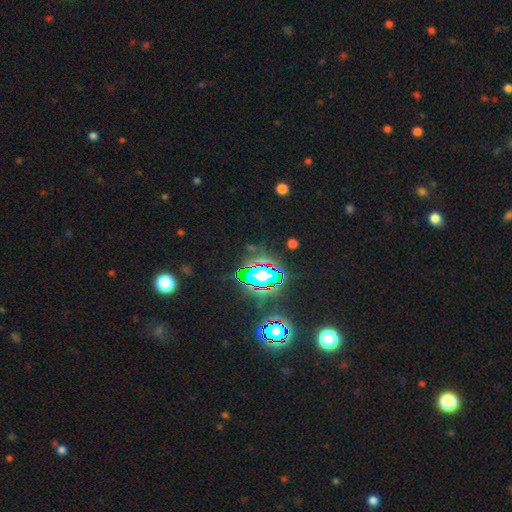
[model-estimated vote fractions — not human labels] This appears to be a star or artifact, not a galaxy (82%).